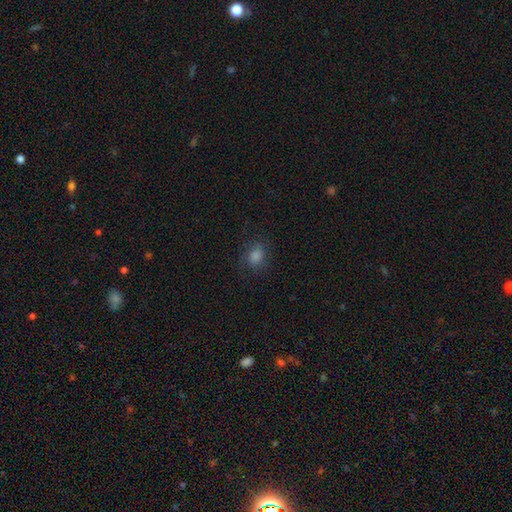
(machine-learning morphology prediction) Smooth or featured? smooth (64%)
How rounded? round (50%)
Merging? none (79%)